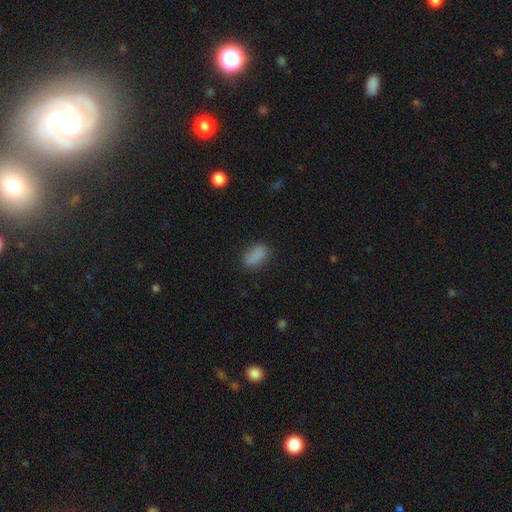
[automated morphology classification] A smooth galaxy with no disk features (86%) that is in between round and cigar-shaped (90%).

Vote fractions:
- Smooth or featured? smooth: 86% / star or artifact: 9% / featured or disk: 4%
- How rounded? in between: 90% / round: 6% / cigar-shaped: 4%
- Merging? none: 82% / minor disturbance: 13% / major disturbance: 3% / merger: 1%